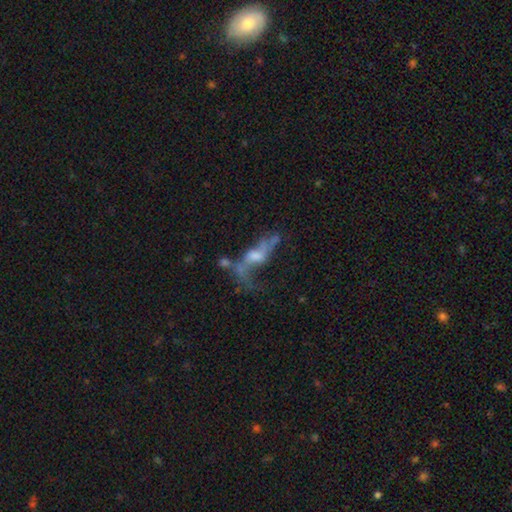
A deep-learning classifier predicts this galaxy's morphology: Overall: featured or disk (66%). Edge-on disk: no (79%). Bar: no (61%; weak 29%). Spiral arms: yes (62%; no 38%). Bulge size: moderate (40%; small 30%). Merging: major disturbance (35%; none 30%).